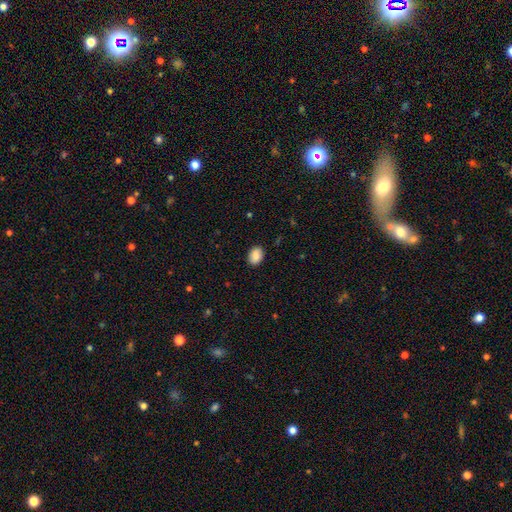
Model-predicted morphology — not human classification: type=smooth (86%); roundness=in between (77%); merging=none (88%).